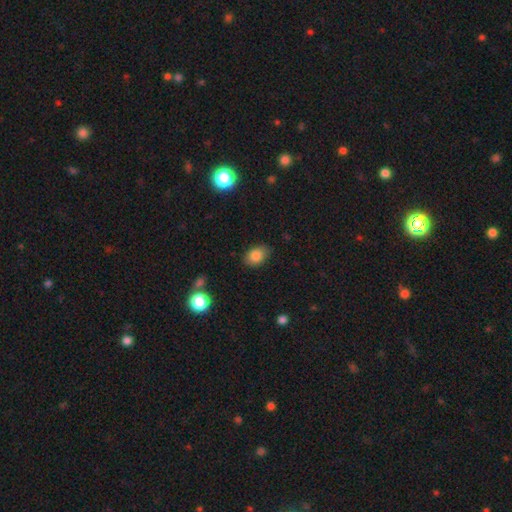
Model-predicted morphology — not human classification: Q: Smooth or featured?
A: smooth (84%); runner-up: star or artifact (10%)
Q: How rounded?
A: in between (79%); runner-up: round (20%)
Q: Merging?
A: none (82%); runner-up: minor disturbance (14%)